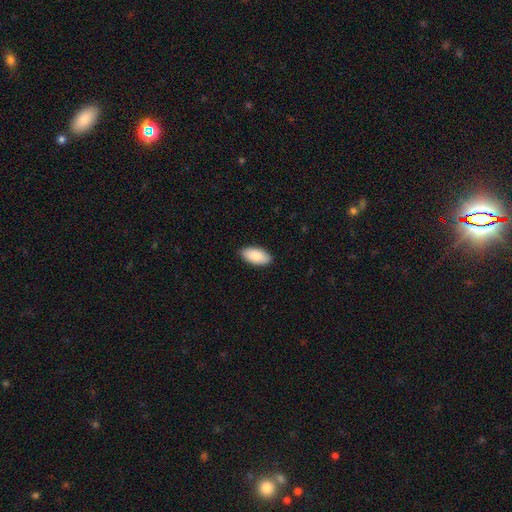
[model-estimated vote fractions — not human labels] smooth_or_featured: smooth (p=0.87) [alt: featured or disk p=0.07]
how_rounded: in between (p=0.94) [alt: cigar-shaped p=0.04]
merging: none (p=0.89) [alt: minor disturbance p=0.08]